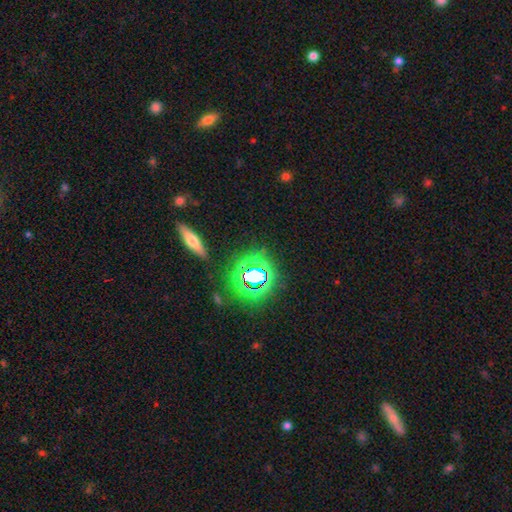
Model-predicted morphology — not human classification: smooth_or_featured: star or artifact (p=0.61) [alt: smooth p=0.25]